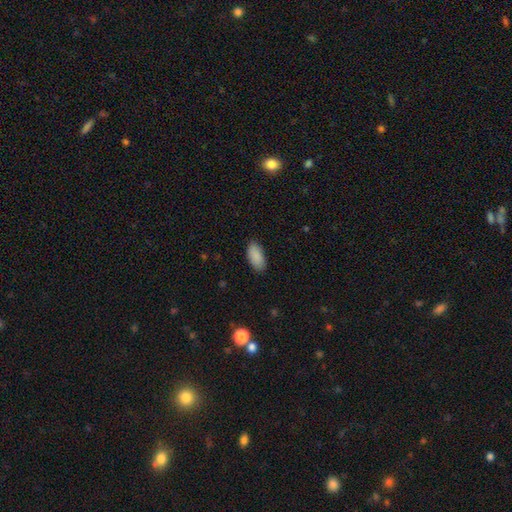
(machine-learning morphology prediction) Smooth or featured?
  - smooth: 90% *
  - star or artifact: 6%
  - featured or disk: 3%
How rounded?
  - in between: 93% *
  - cigar-shaped: 5%
  - round: 2%
Merging?
  - none: 87% *
  - minor disturbance: 10%
  - major disturbance: 2%
  - merger: 1%